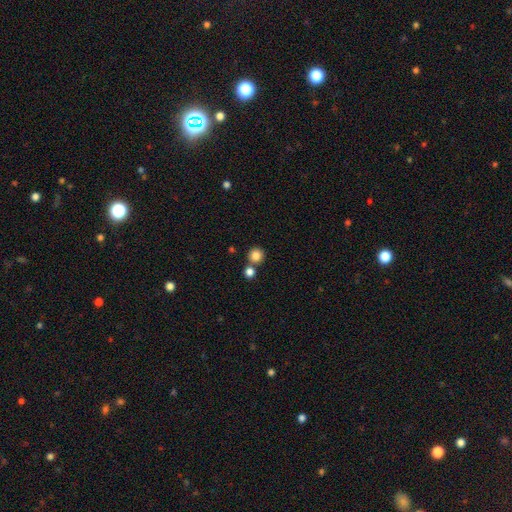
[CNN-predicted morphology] This appears to be a smooth galaxy with no disk features (83%) that is round (94%). Merging: none (72%).